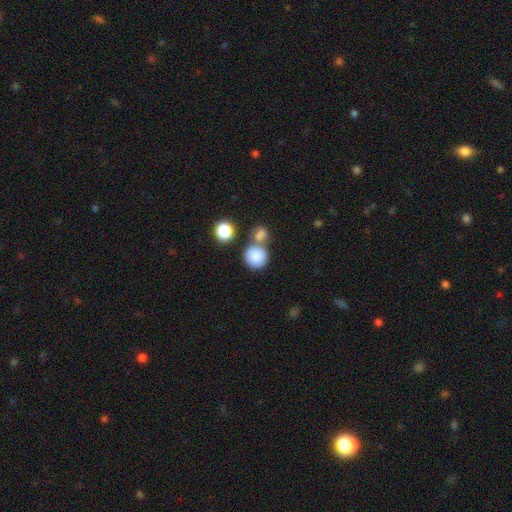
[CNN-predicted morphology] smooth-or-featured: smooth: 84% | star or artifact: 9% | featured or disk: 7%
  how-rounded: round: 88% | in between: 11% | cigar-shaped: 1%
  merging: none: 50% | merger: 36% | minor disturbance: 10% | major disturbance: 4%